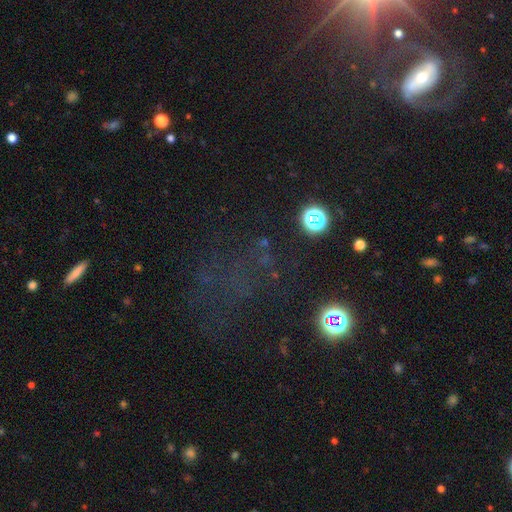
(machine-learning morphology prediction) type=star or artifact (56%).